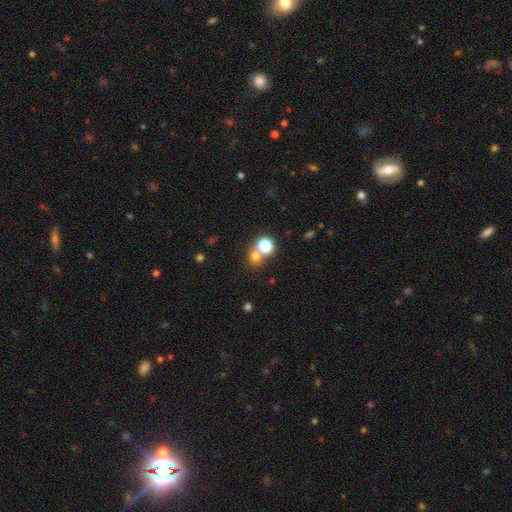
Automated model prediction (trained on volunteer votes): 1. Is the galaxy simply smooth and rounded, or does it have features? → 66% smooth, 25% star or artifact, 9% featured or disk.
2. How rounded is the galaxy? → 84% round, 15% in between, 1% cigar-shaped.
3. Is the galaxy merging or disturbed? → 58% none, 31% merger, 7% minor disturbance, 4% major disturbance.